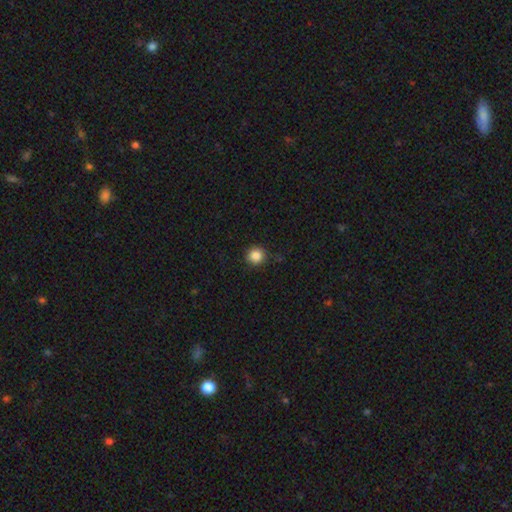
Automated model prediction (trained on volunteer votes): Smooth or featured? Predicted: smooth (p=0.86). How rounded? Predicted: round (p=0.94). Merging? Predicted: none (p=0.89).